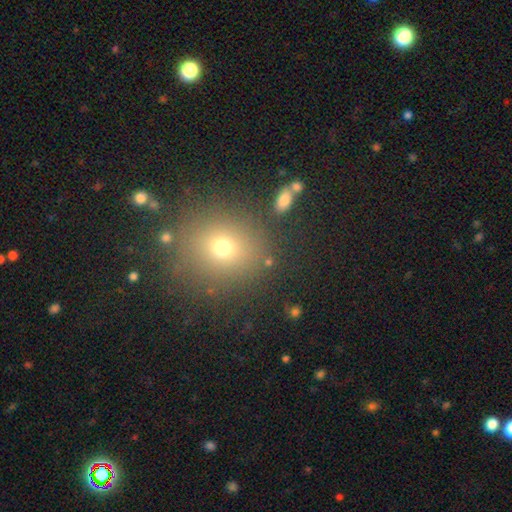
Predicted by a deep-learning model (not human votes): This appears to be a smooth galaxy with no disk features (65%) that is round (86%). Merging: none (84%).